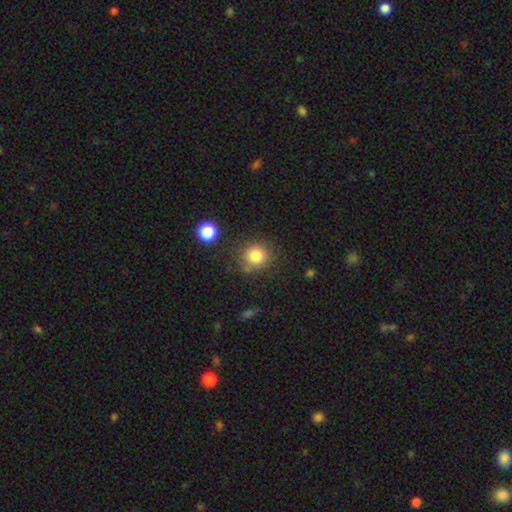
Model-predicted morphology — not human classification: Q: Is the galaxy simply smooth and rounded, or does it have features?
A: smooth — 82%.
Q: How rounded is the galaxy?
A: round — 87%.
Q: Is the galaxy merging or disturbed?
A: none — 79%.